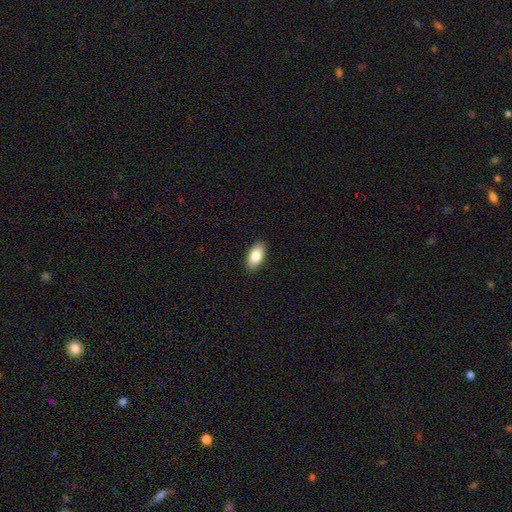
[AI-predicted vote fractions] Q: Smooth or featured?
A: smooth (85%); runner-up: featured or disk (9%)
Q: How rounded?
A: in between (93%); runner-up: cigar-shaped (5%)
Q: Merging?
A: none (90%); runner-up: minor disturbance (8%)